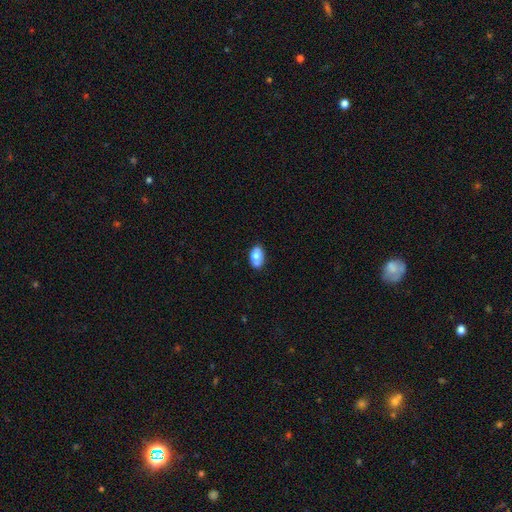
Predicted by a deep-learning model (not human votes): This is clearly a smooth galaxy (81%). How rounded: clearly in between (91%). Merging: likely none (77%).